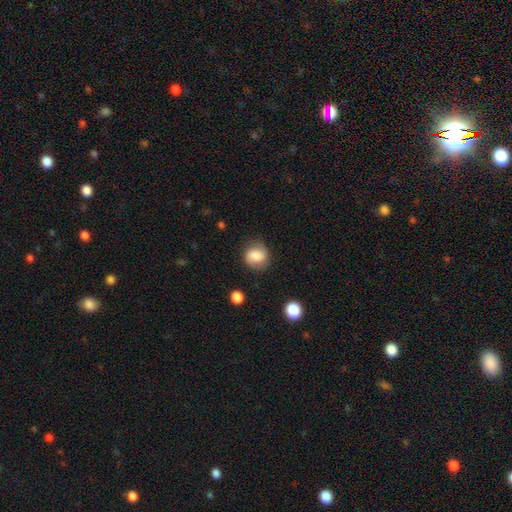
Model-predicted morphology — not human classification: This is likely a smooth galaxy (69%). How rounded: likely round (78%). Merging: likely none (77%).